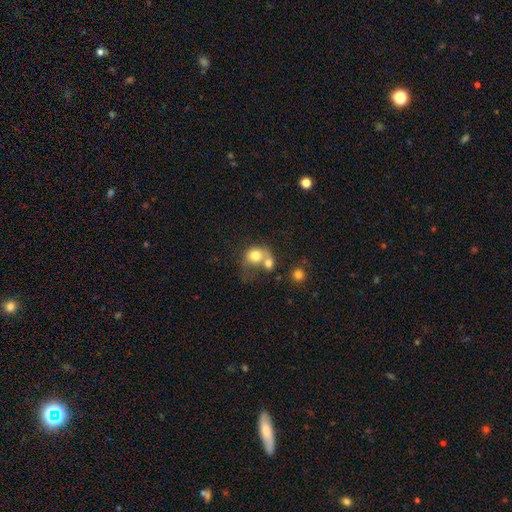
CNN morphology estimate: A smooth galaxy with no disk features (73%) that is round (61%). Merging: merger (62%).